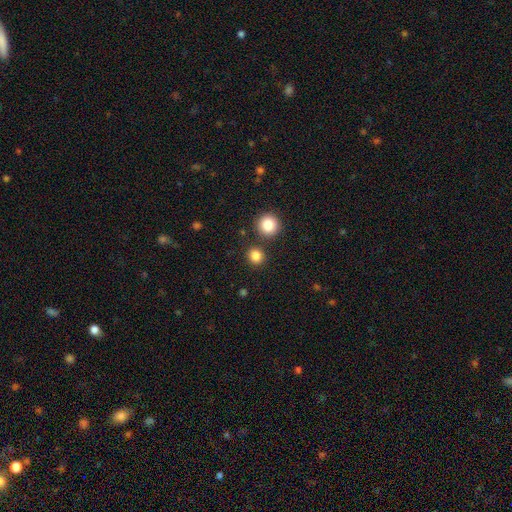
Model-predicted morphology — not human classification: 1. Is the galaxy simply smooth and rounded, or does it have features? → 84% smooth, 12% star or artifact, 4% featured or disk.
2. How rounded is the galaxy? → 88% round, 11% in between, 1% cigar-shaped.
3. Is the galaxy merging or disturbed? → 84% none, 7% merger, 6% minor disturbance, 2% major disturbance.